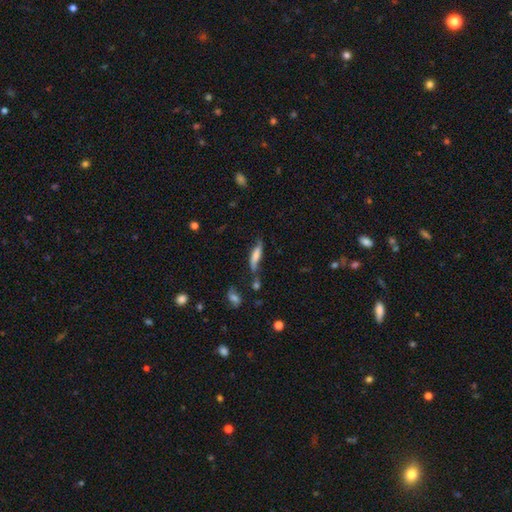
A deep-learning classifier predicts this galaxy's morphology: Overall: smooth (57%; featured or disk 35%). How rounded: cigar-shaped (67%; in between 31%). Merging: none (46%; minor disturbance 30%).